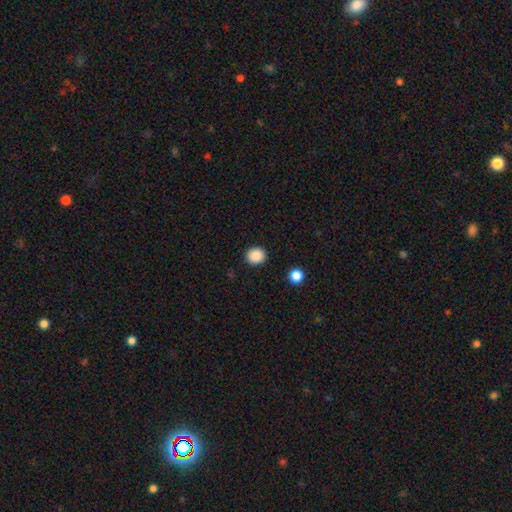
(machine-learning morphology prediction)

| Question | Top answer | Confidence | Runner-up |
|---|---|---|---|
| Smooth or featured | smooth | 88% | star or artifact (9%) |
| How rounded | round | 83% | in between (16%) |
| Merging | none | 91% | minor disturbance (6%) |